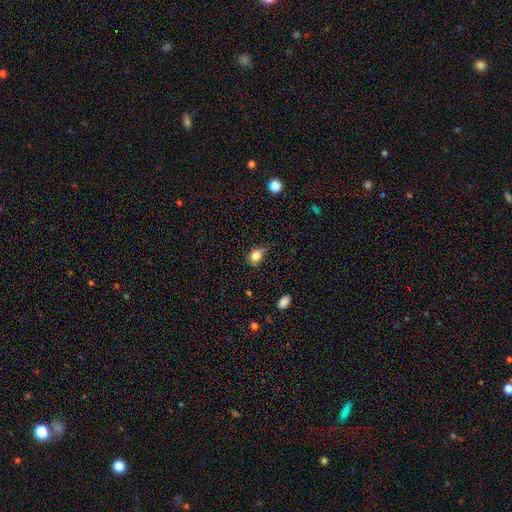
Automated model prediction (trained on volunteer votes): smooth-or-featured: smooth: 80% | star or artifact: 12% | featured or disk: 8%
  how-rounded: round: 57% | in between: 42% | cigar-shaped: 1%
  merging: none: 59% | minor disturbance: 31% | major disturbance: 6% | merger: 3%